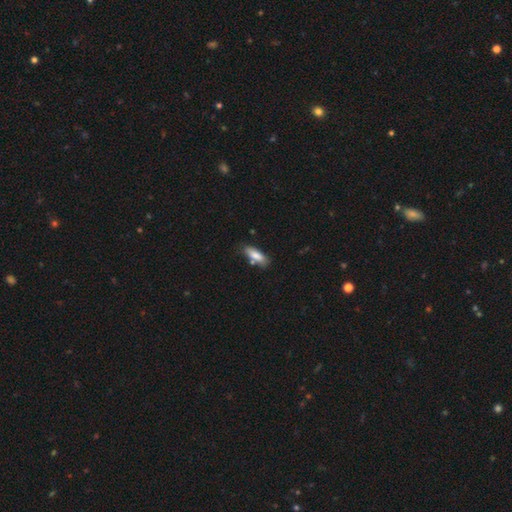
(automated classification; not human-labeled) Q: Smooth or featured?
A: smooth (82%); runner-up: featured or disk (12%)
Q: How rounded?
A: in between (60%); runner-up: cigar-shaped (38%)
Q: Merging?
A: none (68%); runner-up: minor disturbance (19%)